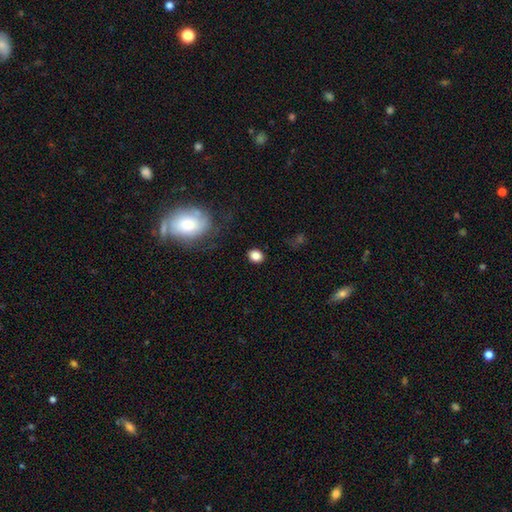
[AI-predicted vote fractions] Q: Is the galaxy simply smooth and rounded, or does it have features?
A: smooth — 84%.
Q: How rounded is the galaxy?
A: round — 61%.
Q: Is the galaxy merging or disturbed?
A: none — 87%.